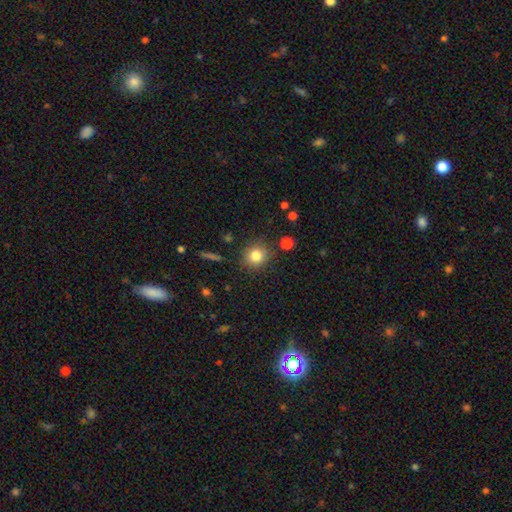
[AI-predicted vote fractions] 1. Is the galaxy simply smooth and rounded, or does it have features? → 82% smooth, 11% star or artifact, 7% featured or disk.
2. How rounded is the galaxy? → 88% round, 11% in between, 1% cigar-shaped.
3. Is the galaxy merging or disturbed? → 86% none, 8% minor disturbance, 3% major disturbance, 3% merger.